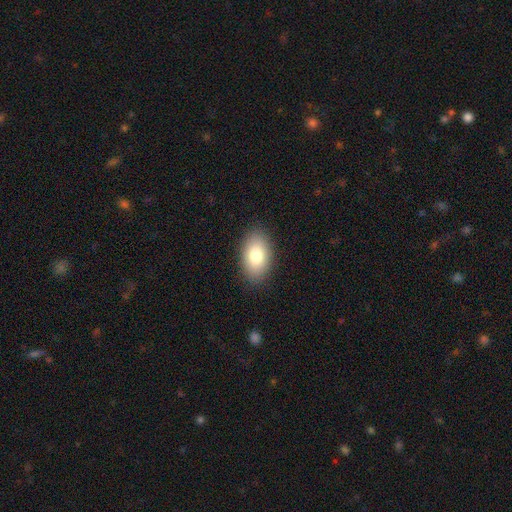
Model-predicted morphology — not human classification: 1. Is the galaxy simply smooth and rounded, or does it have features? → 83% smooth, 10% featured or disk, 7% star or artifact.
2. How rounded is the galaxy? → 93% in between, 6% round, 1% cigar-shaped.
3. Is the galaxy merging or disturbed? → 88% none, 9% minor disturbance, 2% major disturbance, 1% merger.